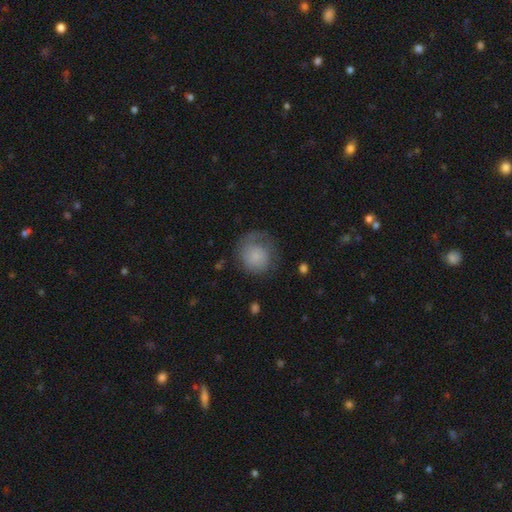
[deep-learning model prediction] This appears to be a smooth galaxy with no disk features (65%) that is round (86%). Merging: none (55%).